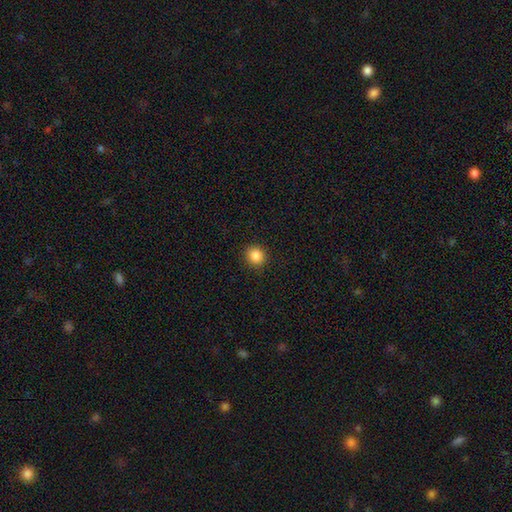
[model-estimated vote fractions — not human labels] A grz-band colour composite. It shows a smooth galaxy with no disk features (87%) that is round (90%). Merging: none (91%).